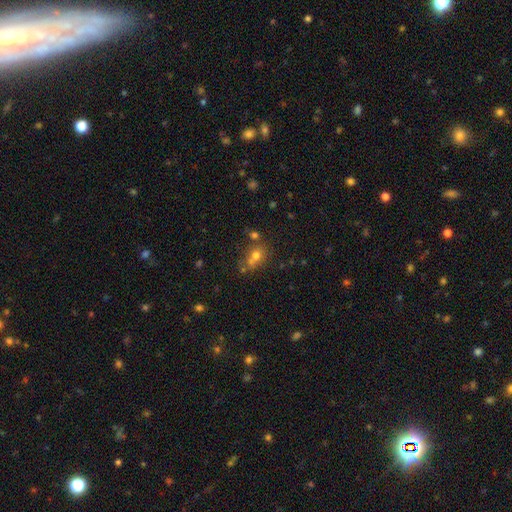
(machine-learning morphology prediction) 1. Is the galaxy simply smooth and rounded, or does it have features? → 64% smooth, 19% star or artifact, 17% featured or disk.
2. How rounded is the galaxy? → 61% round, 38% in between, 2% cigar-shaped.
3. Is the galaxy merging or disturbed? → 48% none, 34% merger, 13% minor disturbance, 6% major disturbance.